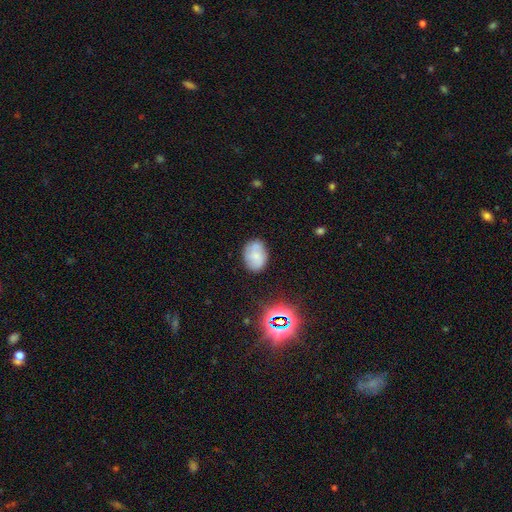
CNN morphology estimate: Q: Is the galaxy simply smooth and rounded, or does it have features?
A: smooth — 60%.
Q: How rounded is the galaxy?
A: in between — 77%.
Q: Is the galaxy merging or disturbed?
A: none — 74%.